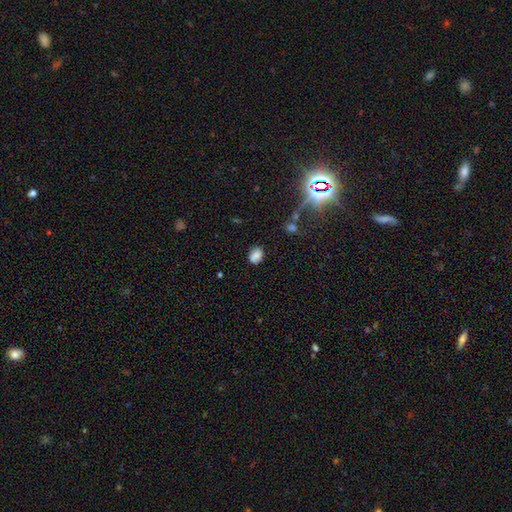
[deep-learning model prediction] Overall: smooth (78%). How rounded: in between (58%; round 41%). Merging: none (76%).